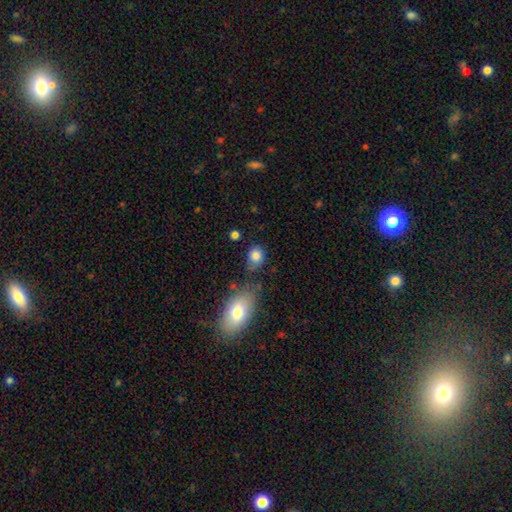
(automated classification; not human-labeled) Morphology: type=smooth (83%); roundness=round (53%); merging=none (64%).